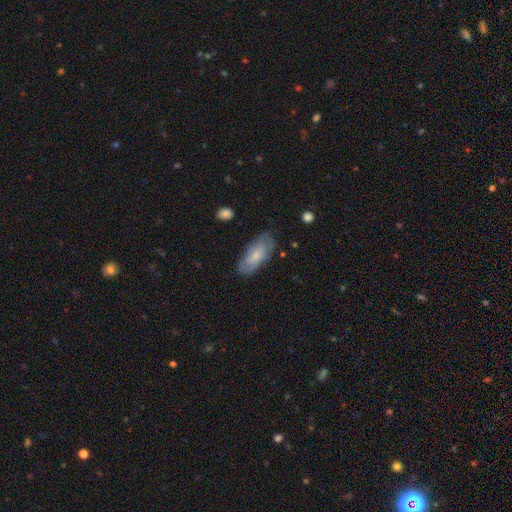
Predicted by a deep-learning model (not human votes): smooth_or_featured: smooth (p=0.57) [alt: featured or disk p=0.36]
how_rounded: in between (p=0.83) [alt: cigar-shaped p=0.14]
merging: none (p=0.73) [alt: minor disturbance p=0.20]